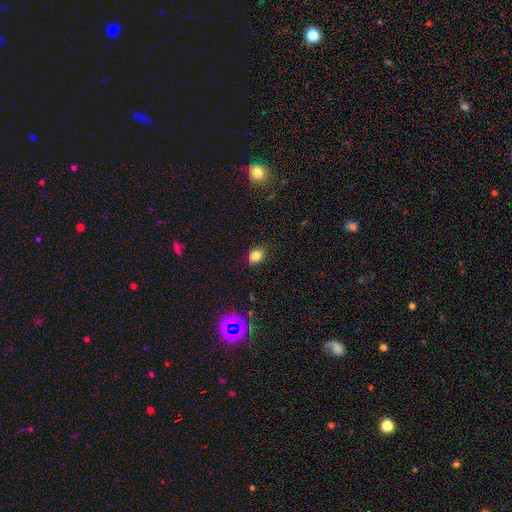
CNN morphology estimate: A smooth galaxy with no disk features (80%) that is in between round and cigar-shaped (54%). Merging: none (84%).